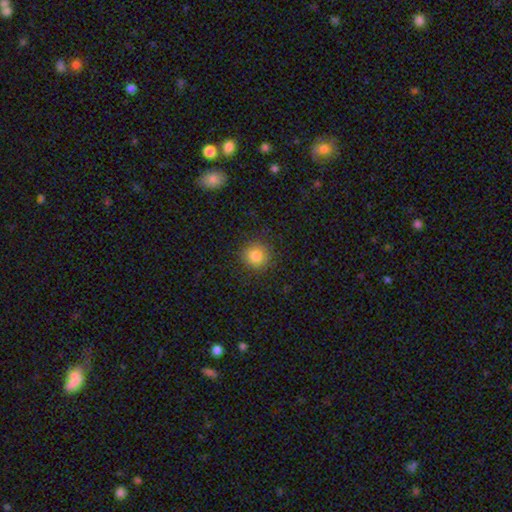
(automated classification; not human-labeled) Smooth or featured? smooth (82%)
How rounded? round (92%)
Merging? none (89%)